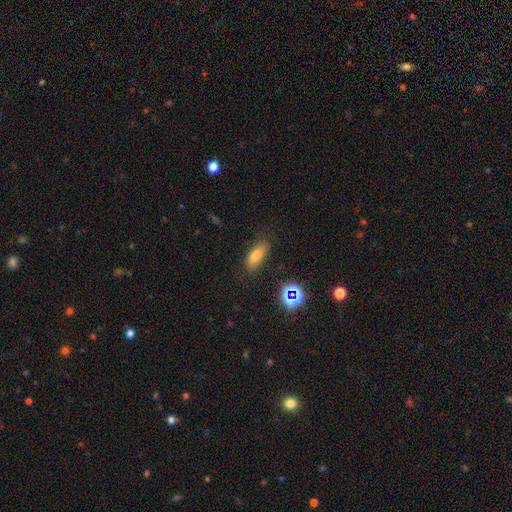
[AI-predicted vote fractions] Smooth or featured: smooth — 72% (featured or disk — 15%)
How rounded: in between — 74% (cigar-shaped — 22%)
Merging: none — 80% (minor disturbance — 14%)